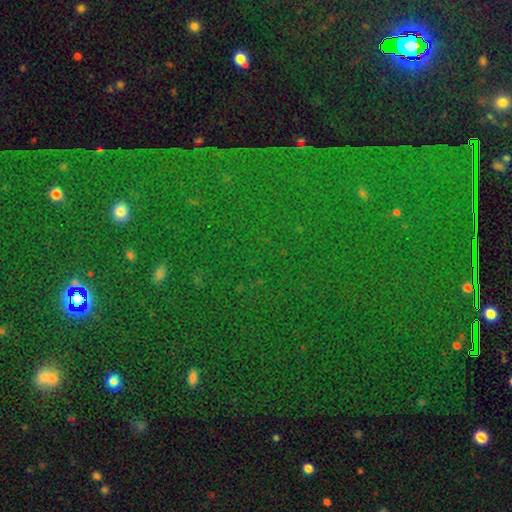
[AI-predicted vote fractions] Smooth or featured? Predicted: star or artifact (p=0.78).